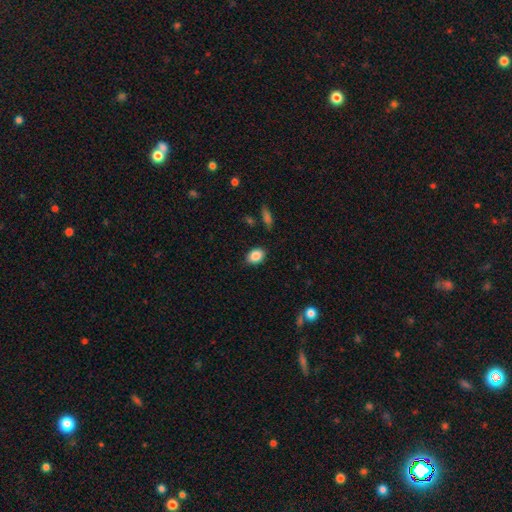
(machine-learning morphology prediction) smooth 87%, star or artifact 8%, featured or disk 5%. Down the decision tree: how rounded — in between (75%); merging — none (84%).